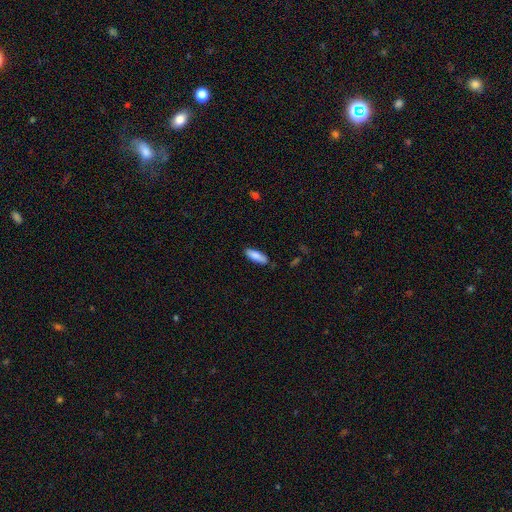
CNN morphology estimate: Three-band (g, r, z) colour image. It shows a smooth galaxy with no disk features (84%) that is in between round and cigar-shaped (50%). Merging: none (85%).